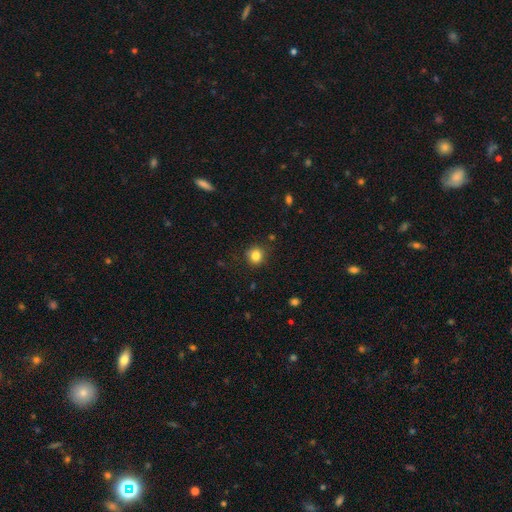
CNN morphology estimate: Smooth or featured?
  - smooth: 83% *
  - star or artifact: 11%
  - featured or disk: 6%
How rounded?
  - round: 88% *
  - in between: 11%
  - cigar-shaped: 1%
Merging?
  - none: 88% *
  - minor disturbance: 9%
  - major disturbance: 2%
  - merger: 1%